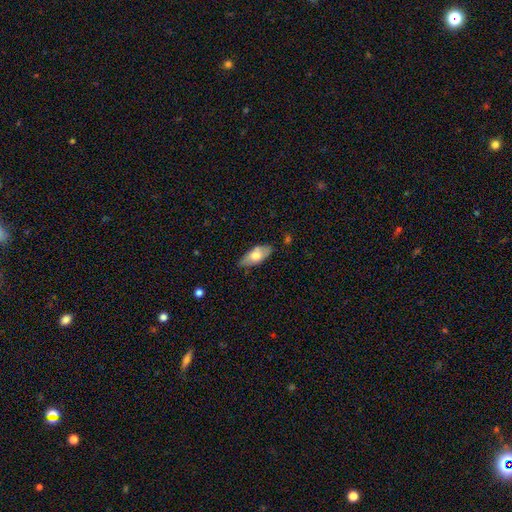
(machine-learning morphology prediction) The model was most divided on "smooth or featured": smooth: 67%, featured or disk: 27%, star or artifact: 6%. More confident: how rounded — in between (85%); merging — none (76%).